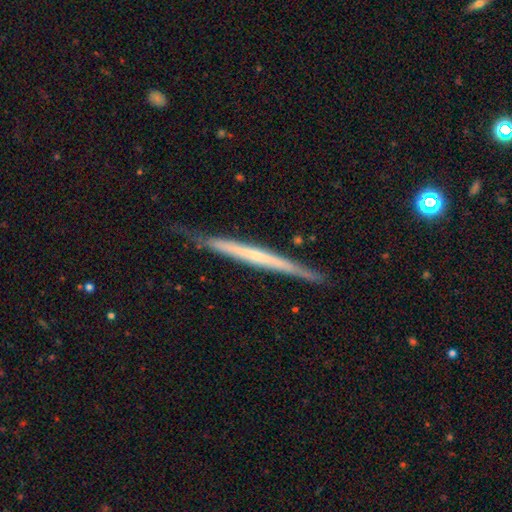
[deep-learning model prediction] Overall: featured or disk (61%; smooth 34%). Edge-on disk: yes (96%). Edge-on bulge: none (83%). Merging: none (80%).